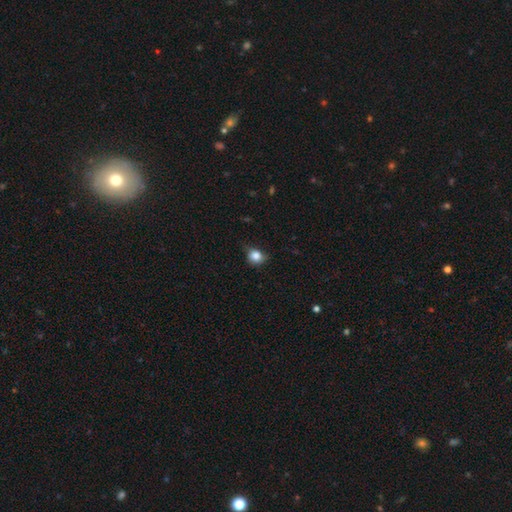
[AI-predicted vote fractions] Smooth or featured: smooth — 83% (star or artifact — 10%)
How rounded: round — 75% (in between — 24%)
Merging: none — 59% (minor disturbance — 32%)